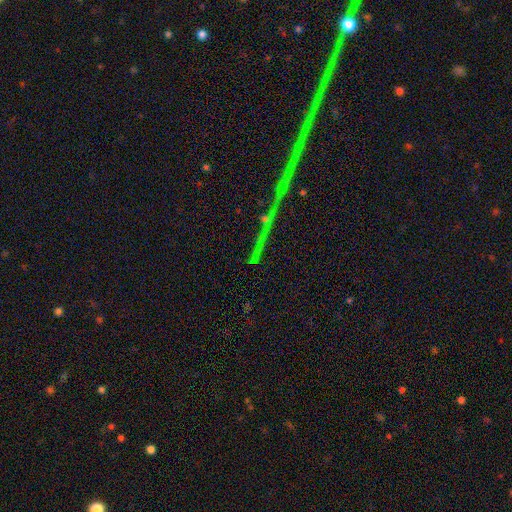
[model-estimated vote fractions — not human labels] star or artifact 73%, featured or disk 14%, smooth 13%.